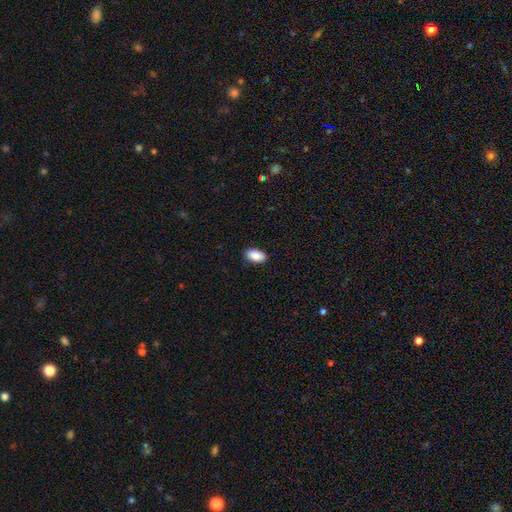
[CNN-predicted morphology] Smooth or featured? Predicted: smooth (p=0.89). How rounded? Predicted: in between (p=0.94). Merging? Predicted: none (p=0.89).